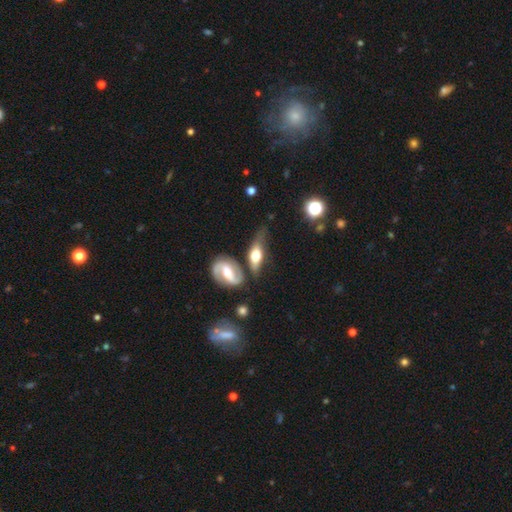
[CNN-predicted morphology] A featured or disk galaxy (51%).

Vote fractions:
- Smooth or featured? featured or disk: 51% / smooth: 43% / star or artifact: 7%
- Edge-on disk? no: 55% / yes: 45%
- Merging? none: 43% / minor disturbance: 25% / merger: 18% / major disturbance: 14%